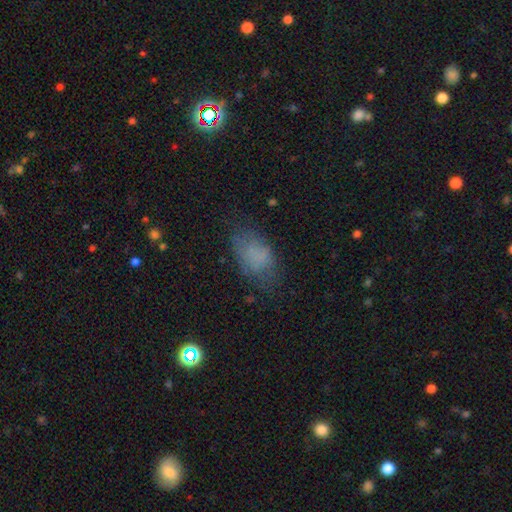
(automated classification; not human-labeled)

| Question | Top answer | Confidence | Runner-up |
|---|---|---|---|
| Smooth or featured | smooth | 72% | featured or disk (16%) |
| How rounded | in between | 87% | round (10%) |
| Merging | none | 60% | minor disturbance (25%) |